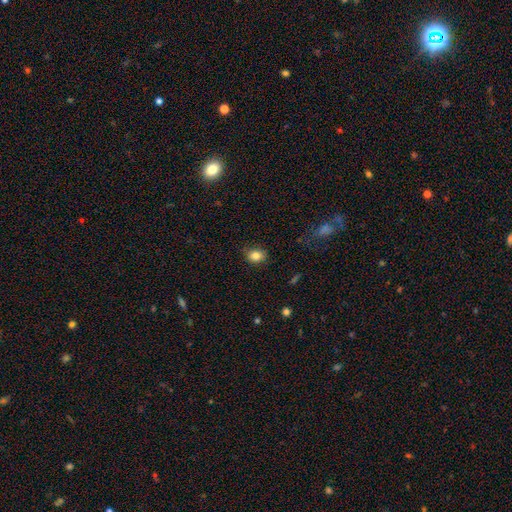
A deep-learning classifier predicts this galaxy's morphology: smooth_or_featured: smooth (p=0.82) [alt: star or artifact p=0.10]
how_rounded: in between (p=0.51) [alt: round p=0.48]
merging: none (p=0.81) [alt: minor disturbance p=0.15]